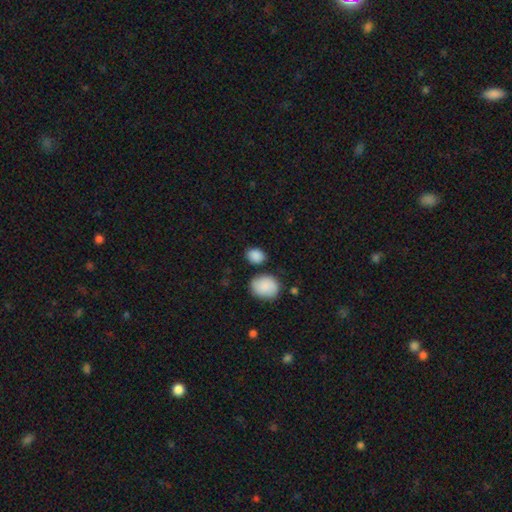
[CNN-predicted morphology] A smooth galaxy with no disk features (88%) that is in between round and cigar-shaped (62%).

Vote fractions:
- Smooth or featured? smooth: 88% / star or artifact: 8% / featured or disk: 4%
- How rounded? in between: 62% / round: 37% / cigar-shaped: 1%
- Merging? none: 75% / minor disturbance: 13% / merger: 9% / major disturbance: 3%